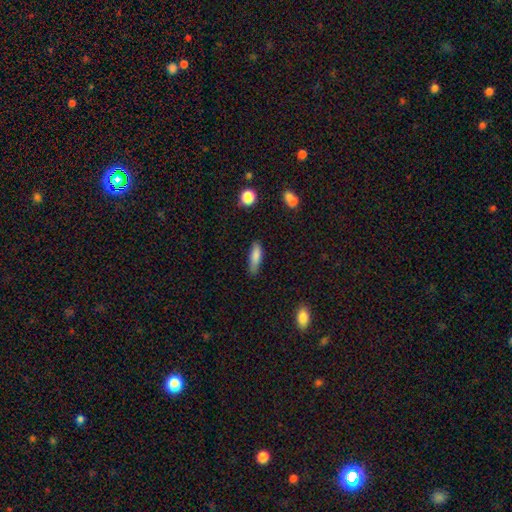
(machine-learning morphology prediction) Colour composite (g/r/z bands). It shows a smooth galaxy with no disk features (81%) that is cigar-shaped (55%). Merging: none (70%).